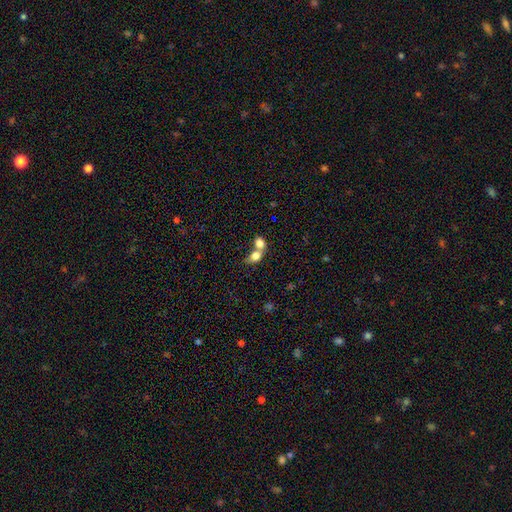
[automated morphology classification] This appears to be a smooth galaxy with no disk features (77%) that is in between round and cigar-shaped (62%). Merging: merger (68%).